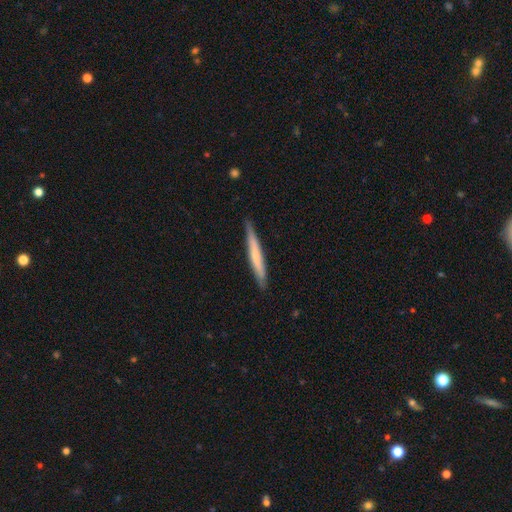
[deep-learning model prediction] smooth 59%, featured or disk 36%, star or artifact 5%. Down the decision tree: how rounded — cigar-shaped (96%); merging — none (88%).